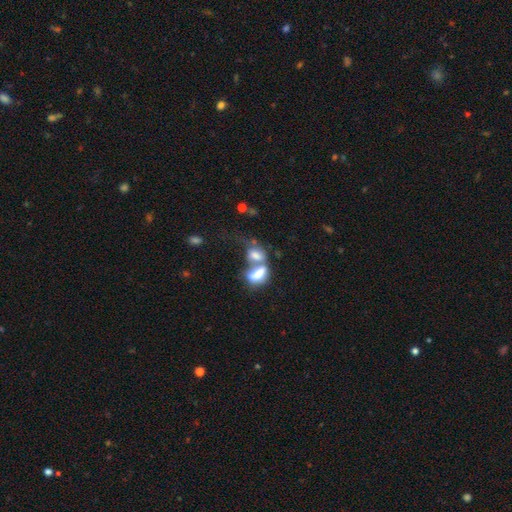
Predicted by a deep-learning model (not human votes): Morphology: type=smooth (69%); roundness=in between (82%); merging=merger (72%).